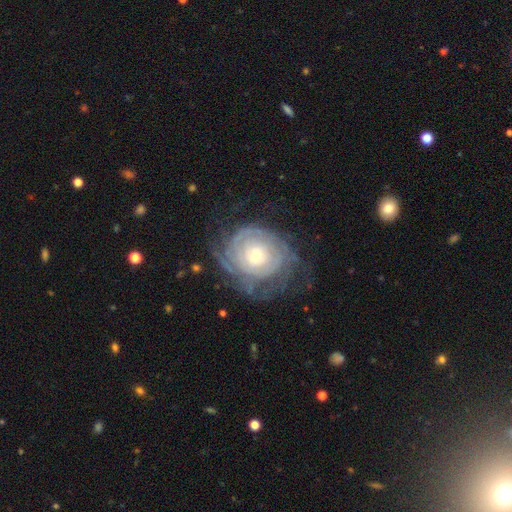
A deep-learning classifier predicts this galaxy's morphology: Smooth or featured? featured or disk (80%)
Edge-on disk? no (97%)
Bar? no (80%)
Spiral arms? yes (91%)
Spiral winding? tight (78%)
Spiral arm count? can't tell (51%)
Bulge size? moderate (47%)
Merging? none (66%)